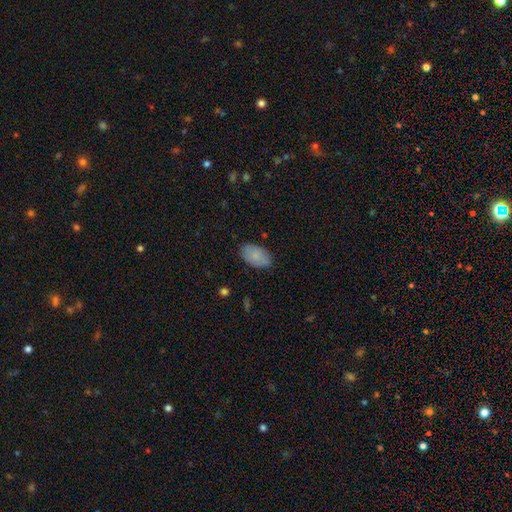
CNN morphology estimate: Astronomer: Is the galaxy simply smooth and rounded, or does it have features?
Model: smooth — 86%.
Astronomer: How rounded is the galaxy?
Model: in between — 93%.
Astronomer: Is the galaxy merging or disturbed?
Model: none — 84%.